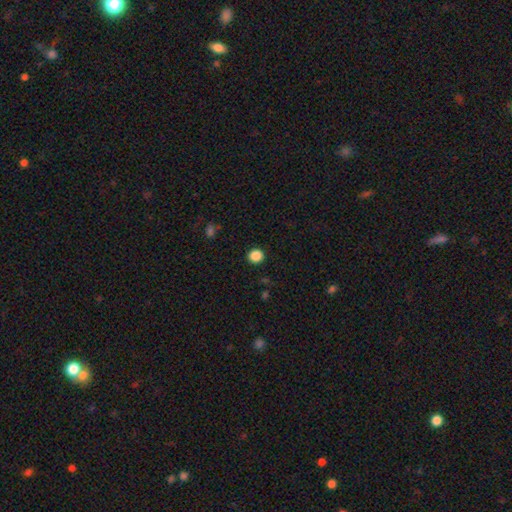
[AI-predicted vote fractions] A smooth galaxy with no disk features (87%) that is round (91%).

Vote fractions:
- Smooth or featured? smooth: 87% / star or artifact: 11% / featured or disk: 3%
- How rounded? round: 91% / in between: 8% / cigar-shaped: 1%
- Merging? none: 92% / minor disturbance: 5% / major disturbance: 2% / merger: 1%